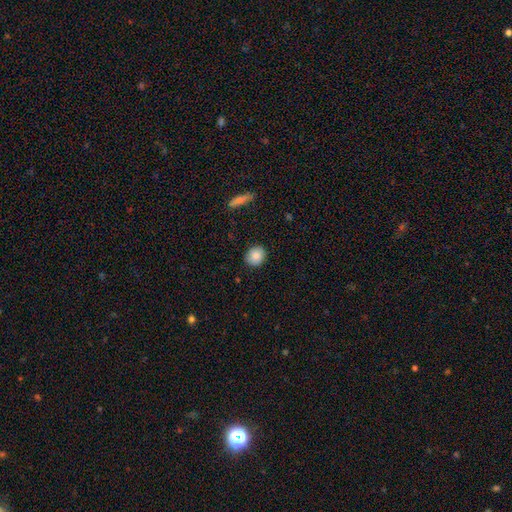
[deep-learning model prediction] This appears to be a smooth galaxy with no disk features (88%) that is round (72%). Merging: none (88%).